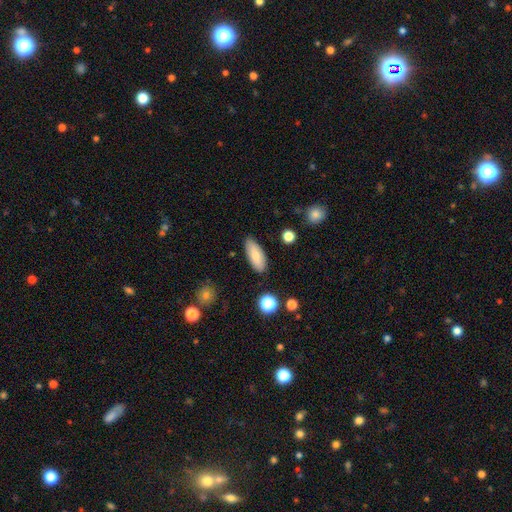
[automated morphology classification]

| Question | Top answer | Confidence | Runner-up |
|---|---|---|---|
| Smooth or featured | smooth | 80% | featured or disk (13%) |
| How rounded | in between | 79% | cigar-shaped (18%) |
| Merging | none | 84% | minor disturbance (12%) |